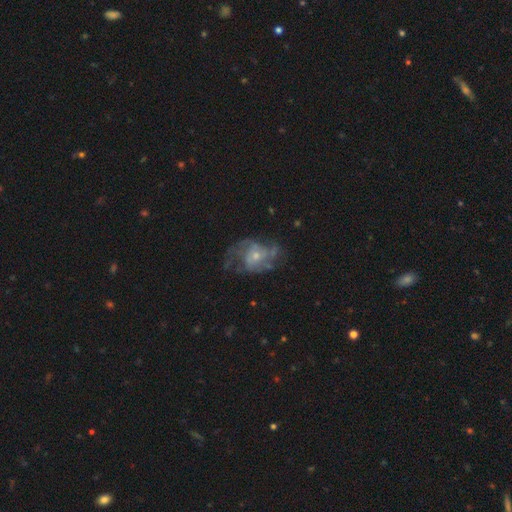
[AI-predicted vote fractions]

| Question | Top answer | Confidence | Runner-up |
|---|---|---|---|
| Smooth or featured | featured or disk | 74% | smooth (18%) |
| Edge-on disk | no | 97% | yes (3%) |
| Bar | no | 74% | weak (23%) |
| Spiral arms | yes | 79% | no (21%) |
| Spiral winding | medium | 45% | loose (32%) |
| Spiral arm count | can't tell | 31% | 2 (30%) |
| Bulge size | small | 55% | moderate (38%) |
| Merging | none | 47% | major disturbance (29%) |